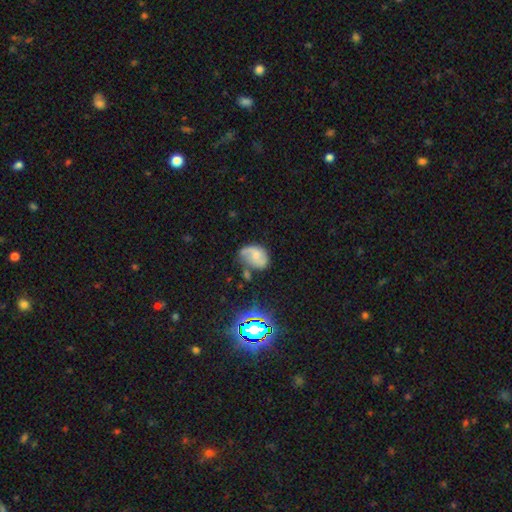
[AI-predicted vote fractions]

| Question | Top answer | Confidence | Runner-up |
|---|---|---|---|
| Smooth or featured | featured or disk | 54% | smooth (34%) |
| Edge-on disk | no | 97% | yes (3%) |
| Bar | no | 64% | weak (30%) |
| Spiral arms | yes | 83% | no (17%) |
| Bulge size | small | 38% | moderate (33%) |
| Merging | none | 45% | minor disturbance (30%) |